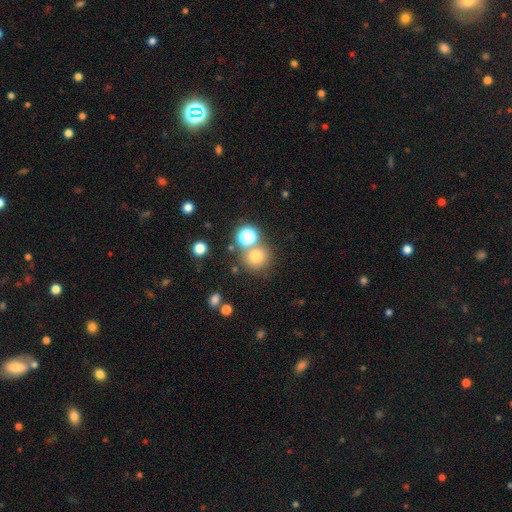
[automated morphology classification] Overall: smooth (73%). How rounded: round (90%). Merging: none (68%).